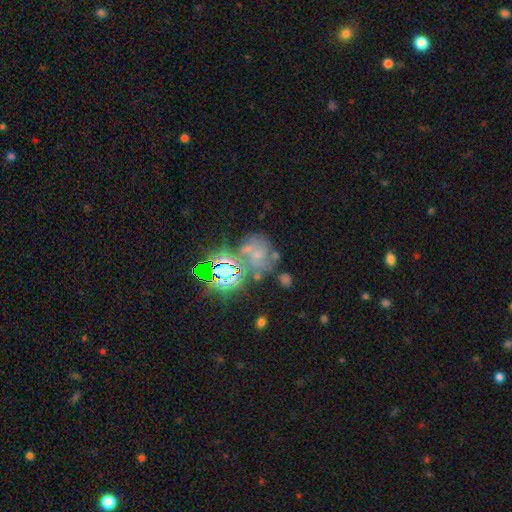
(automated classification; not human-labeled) smooth-or-featured: star or artifact: 37% | smooth: 35% | featured or disk: 28%